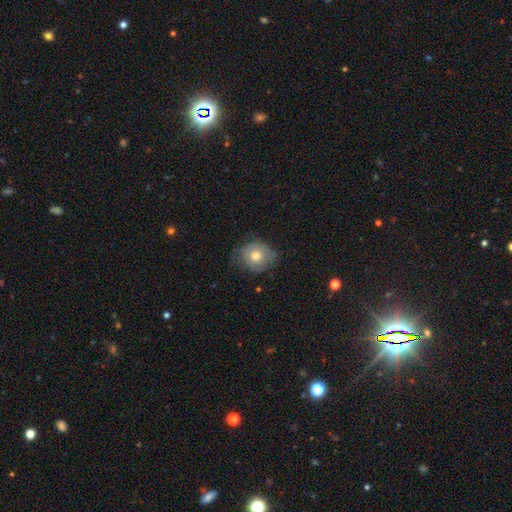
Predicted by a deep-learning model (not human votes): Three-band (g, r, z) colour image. It shows a smooth galaxy with no disk features (56%) that is round (66%). Merging: none (63%).